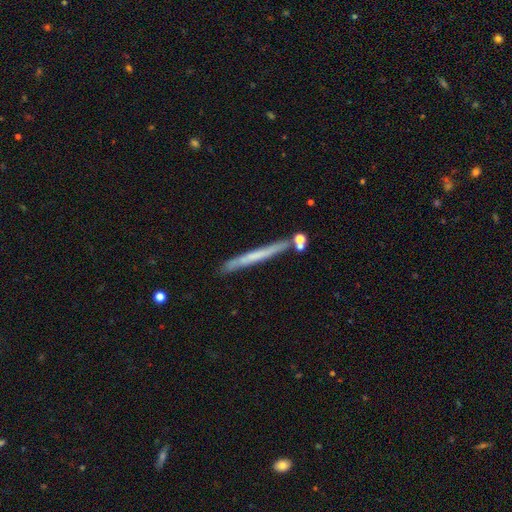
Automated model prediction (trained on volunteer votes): smooth_or_featured: featured or disk (p=0.48) [alt: smooth p=0.45]
merging: none (p=0.79) [alt: minor disturbance p=0.13]